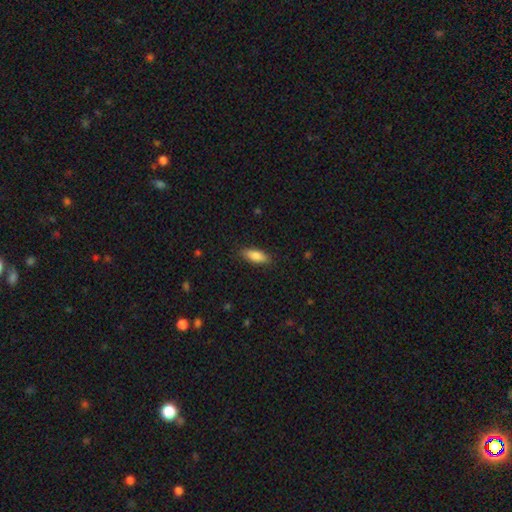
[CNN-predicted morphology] Overall: smooth (85%). How rounded: in between (73%). Merging: none (86%).